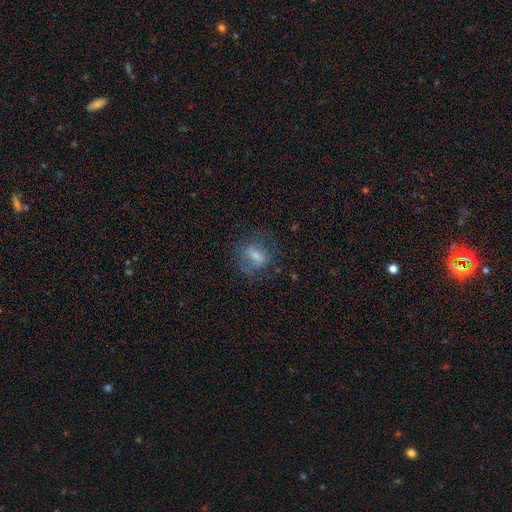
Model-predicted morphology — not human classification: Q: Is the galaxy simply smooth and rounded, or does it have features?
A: smooth — 58%.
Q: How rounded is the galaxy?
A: in between — 56%.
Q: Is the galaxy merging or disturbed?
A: none — 64%.